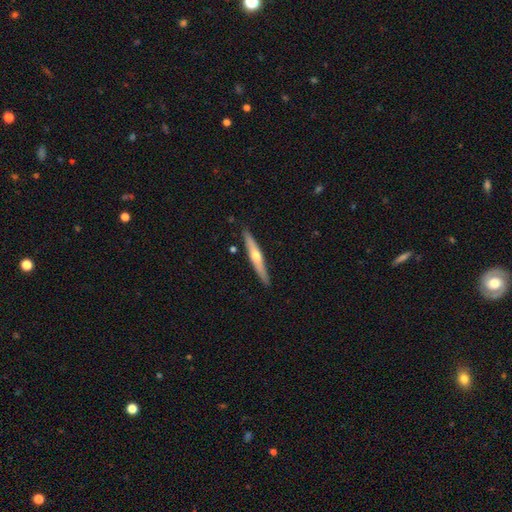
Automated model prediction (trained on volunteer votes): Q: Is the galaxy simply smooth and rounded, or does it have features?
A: featured or disk — 60%.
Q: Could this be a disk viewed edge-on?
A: yes — 96%.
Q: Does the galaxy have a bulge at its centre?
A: rounded — 89%.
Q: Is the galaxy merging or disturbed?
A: none — 89%.